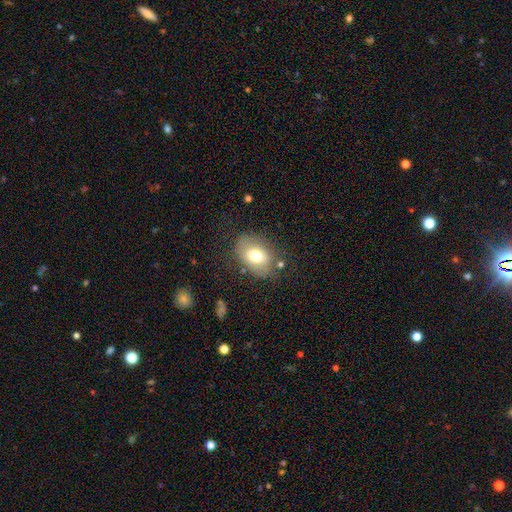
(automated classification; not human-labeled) Morphology: type=smooth (70%); roundness=in between (75%); merging=none (69%).